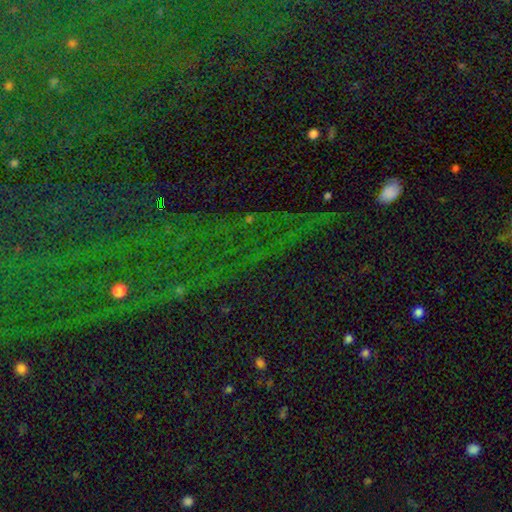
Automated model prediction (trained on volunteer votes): Morphology: type=star or artifact (78%).